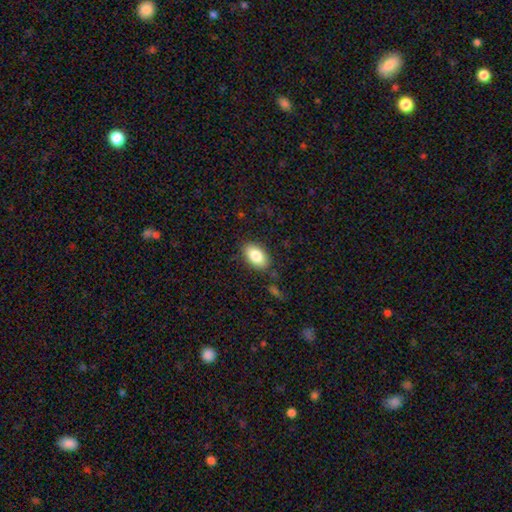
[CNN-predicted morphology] This appears to be a smooth galaxy with no disk features (84%) that is in between round and cigar-shaped (92%). Merging: none (85%).